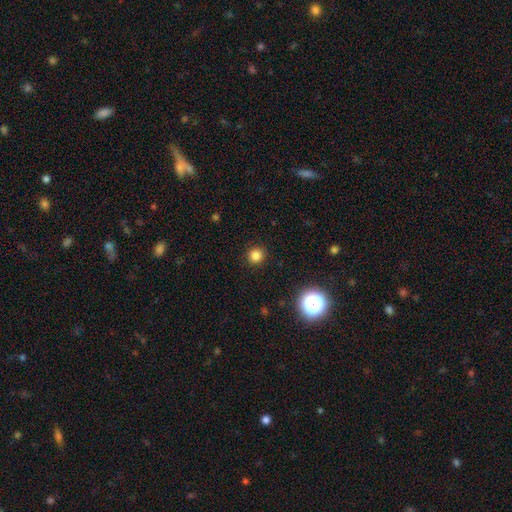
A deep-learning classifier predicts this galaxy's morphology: Smooth or featured: smooth — 82% (star or artifact — 14%)
How rounded: round — 93% (in between — 6%)
Merging: none — 92% (minor disturbance — 5%)